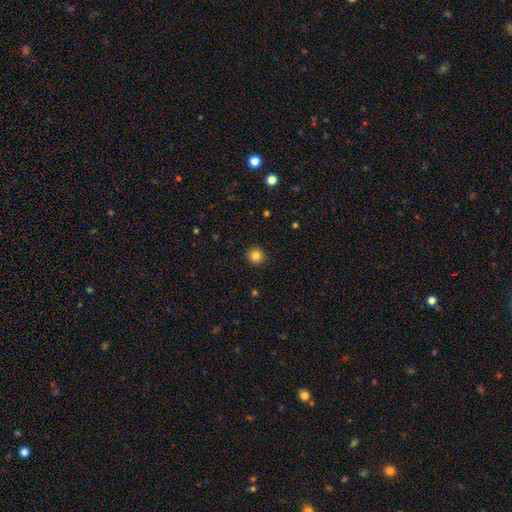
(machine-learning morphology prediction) Smooth or featured?
  - smooth: 83% *
  - star or artifact: 12%
  - featured or disk: 5%
How rounded?
  - round: 94% *
  - in between: 5%
  - cigar-shaped: 1%
Merging?
  - none: 92% *
  - minor disturbance: 5%
  - major disturbance: 2%
  - merger: 1%